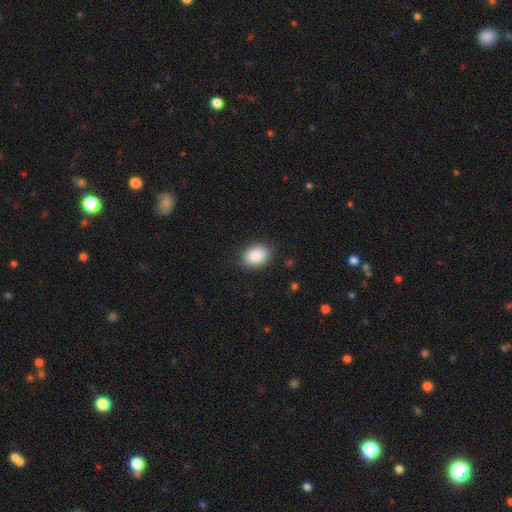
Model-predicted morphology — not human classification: The model was most divided on "how rounded": in between: 76%, round: 23%, cigar-shaped: 1%. More confident: smooth or featured — smooth (89%); merging — none (85%).